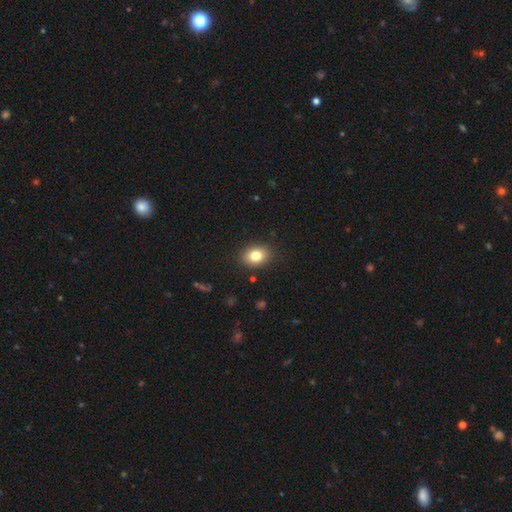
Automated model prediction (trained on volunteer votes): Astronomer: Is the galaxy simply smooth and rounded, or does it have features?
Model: smooth — 81%.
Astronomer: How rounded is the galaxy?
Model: in between — 66%.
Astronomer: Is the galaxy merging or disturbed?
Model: none — 88%.